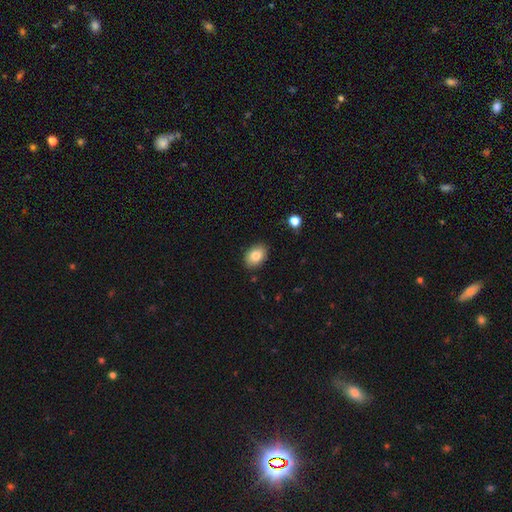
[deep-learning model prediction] This appears to be a smooth galaxy with no disk features (83%) that is in between round and cigar-shaped (80%). Merging: none (87%).